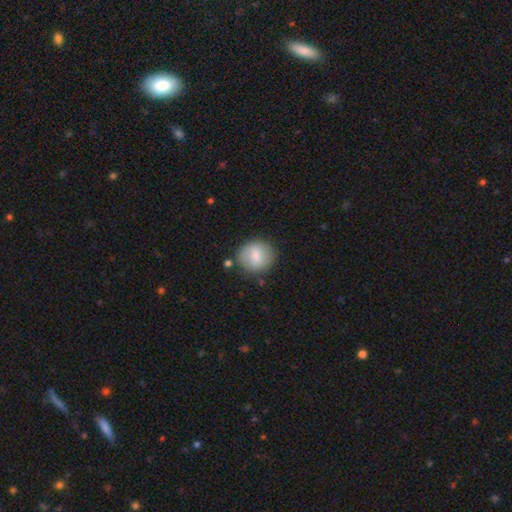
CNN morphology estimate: The model was most divided on "smooth or featured": smooth: 76%, featured or disk: 17%, star or artifact: 7%. More confident: how rounded — round (82%); merging — none (77%).